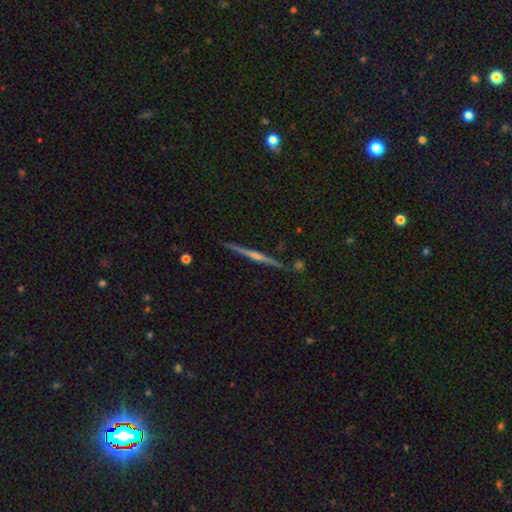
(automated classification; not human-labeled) A featured or disk galaxy (84%) viewed edge-on (99%) with a rounded central bulge (84%).

Vote fractions:
- Smooth or featured? featured or disk: 84% / smooth: 11% / star or artifact: 6%
- Edge-on disk? yes: 99% / no: 1%
- Edge-on bulge? rounded: 84% / none: 11% / boxy: 6%
- Merging? none: 91% / minor disturbance: 6% / merger: 2% / major disturbance: 1%